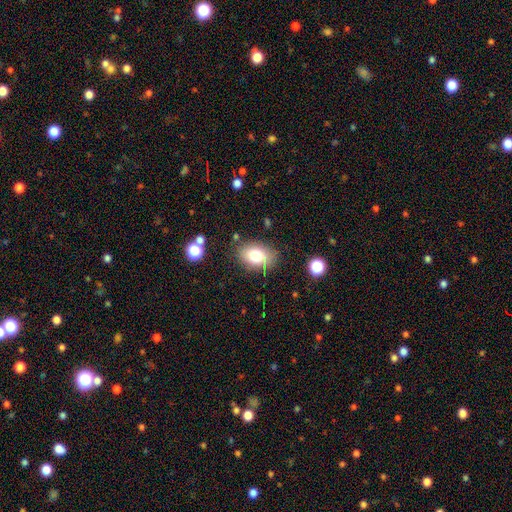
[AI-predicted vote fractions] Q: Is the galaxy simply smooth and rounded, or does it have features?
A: smooth — 77%.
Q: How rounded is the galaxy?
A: in between — 82%.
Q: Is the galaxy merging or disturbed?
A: none — 81%.